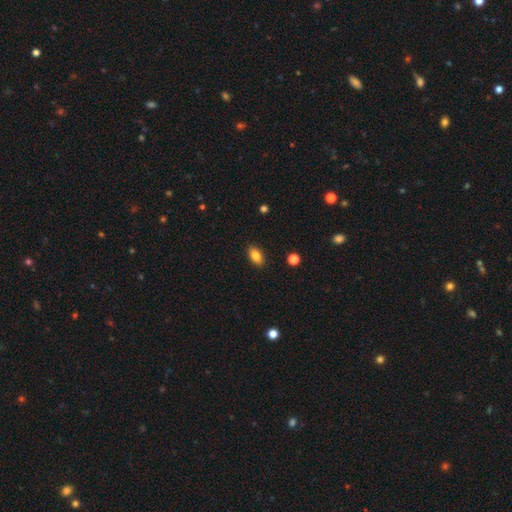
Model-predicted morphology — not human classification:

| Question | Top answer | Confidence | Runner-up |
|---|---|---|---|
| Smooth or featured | smooth | 84% | star or artifact (9%) |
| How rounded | in between | 90% | round (7%) |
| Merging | none | 89% | minor disturbance (8%) |